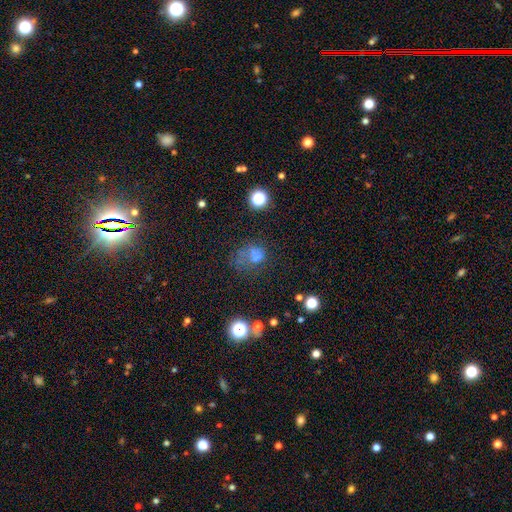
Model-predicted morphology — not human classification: smooth-or-featured: smooth: 51% | star or artifact: 27% | featured or disk: 23%
  how-rounded: round: 55% | in between: 43% | cigar-shaped: 1%
  merging: none: 32% | major disturbance: 28% | merger: 21% | minor disturbance: 19%